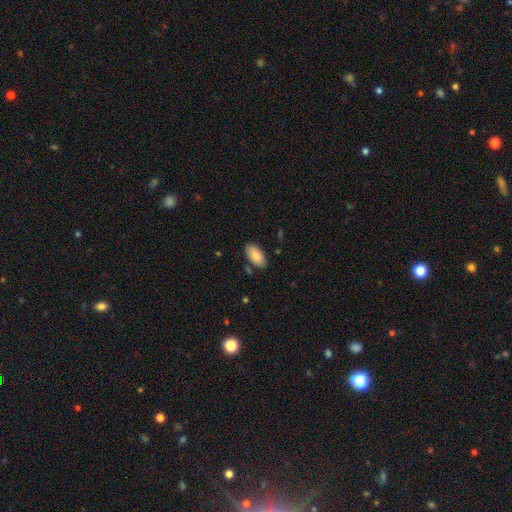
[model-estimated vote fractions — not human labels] This is clearly a smooth galaxy (87%). How rounded: clearly in between (94%). Merging: clearly none (83%).